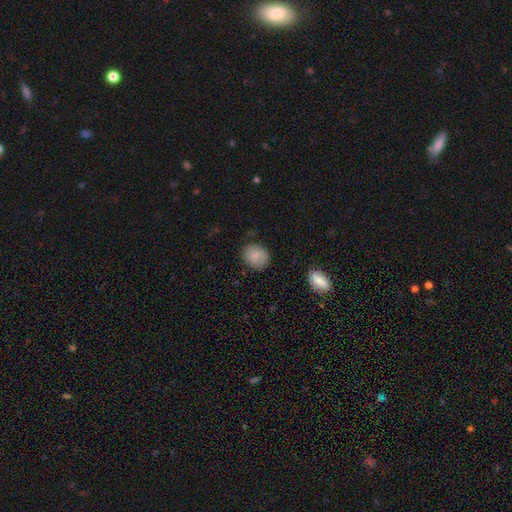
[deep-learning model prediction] A smooth galaxy with no disk features (84%) that is round (72%). Merging: none (84%).